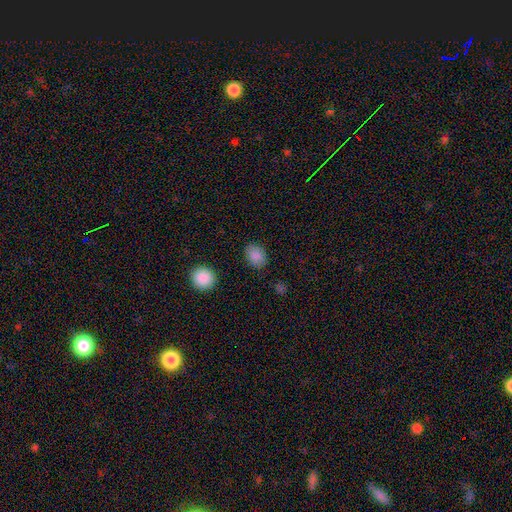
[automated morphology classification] This appears to be a smooth galaxy with no disk features (87%) that is in between round and cigar-shaped (67%). Merging: none (83%).